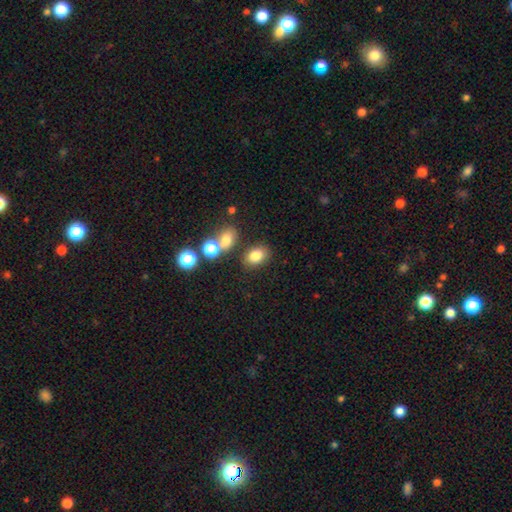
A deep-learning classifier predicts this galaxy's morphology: Q: Smooth or featured?
A: smooth (81%); runner-up: star or artifact (12%)
Q: How rounded?
A: in between (74%); runner-up: round (25%)
Q: Merging?
A: none (74%); runner-up: minor disturbance (11%)